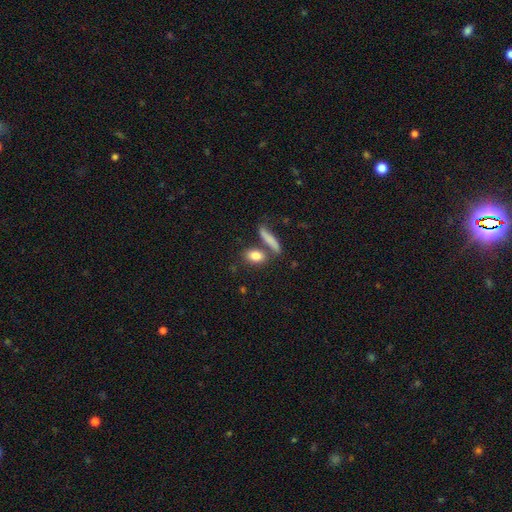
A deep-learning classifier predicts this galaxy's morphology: Smooth or featured?
  - smooth: 82% *
  - featured or disk: 10%
  - star or artifact: 8%
How rounded?
  - in between: 71% *
  - cigar-shaped: 15%
  - round: 13%
Merging?
  - none: 64% *
  - merger: 21%
  - minor disturbance: 11%
  - major disturbance: 4%